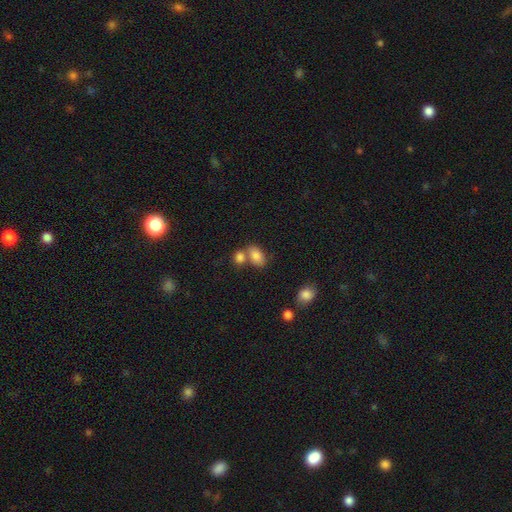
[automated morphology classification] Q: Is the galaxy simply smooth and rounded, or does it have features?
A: smooth — 82%.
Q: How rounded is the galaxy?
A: in between — 85%.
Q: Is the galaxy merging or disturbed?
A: none — 42%.